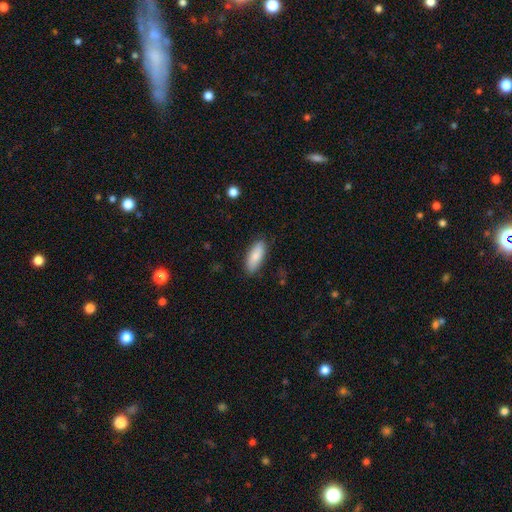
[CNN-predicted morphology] Smooth or featured? Predicted: smooth (p=0.85). How rounded? Predicted: in between (p=0.74). Merging? Predicted: none (p=0.85).